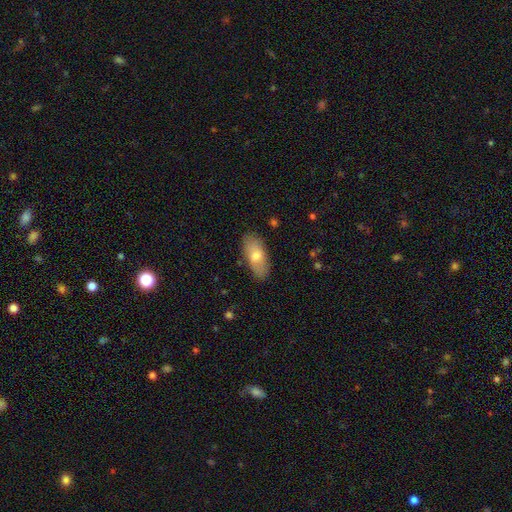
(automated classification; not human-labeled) Smooth or featured?
  - smooth: 69% *
  - featured or disk: 25%
  - star or artifact: 6%
How rounded?
  - in between: 87% *
  - cigar-shaped: 10%
  - round: 3%
Merging?
  - none: 84% *
  - minor disturbance: 13%
  - major disturbance: 3%
  - merger: 1%